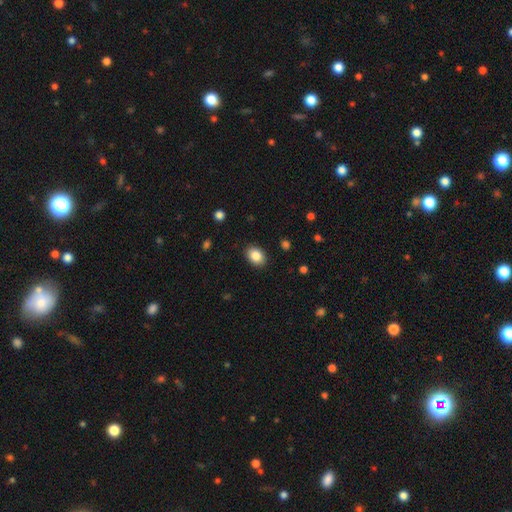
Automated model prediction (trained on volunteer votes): A smooth galaxy with no disk features (87%) that is in between round and cigar-shaped (71%).

Vote fractions:
- Smooth or featured? smooth: 87% / star or artifact: 8% / featured or disk: 5%
- How rounded? in between: 71% / round: 28% / cigar-shaped: 1%
- Merging? none: 89% / minor disturbance: 8% / major disturbance: 2% / merger: 1%